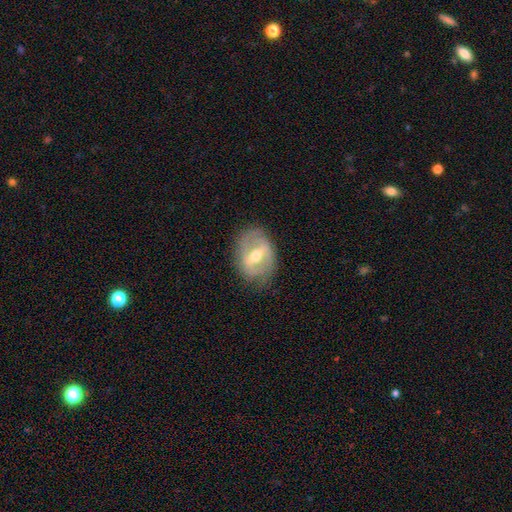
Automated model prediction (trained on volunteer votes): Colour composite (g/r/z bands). It shows a featured or disk galaxy (72%) with a strong bar (55%), spiral arms (51%) and a moderate central bulge (72%). Merging: none (76%).